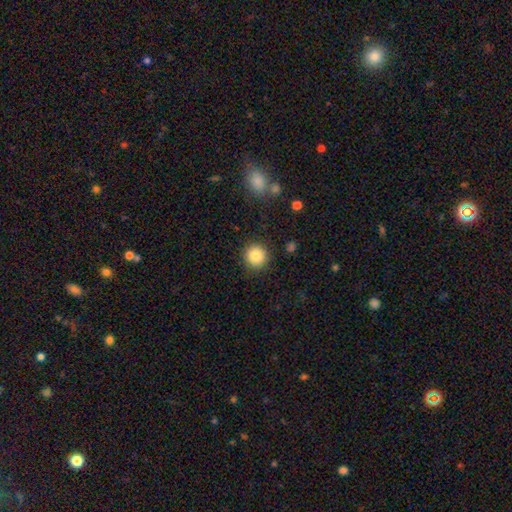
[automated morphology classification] Q: Smooth or featured?
A: smooth (85%); runner-up: star or artifact (10%)
Q: How rounded?
A: round (94%); runner-up: in between (5%)
Q: Merging?
A: none (90%); runner-up: minor disturbance (6%)